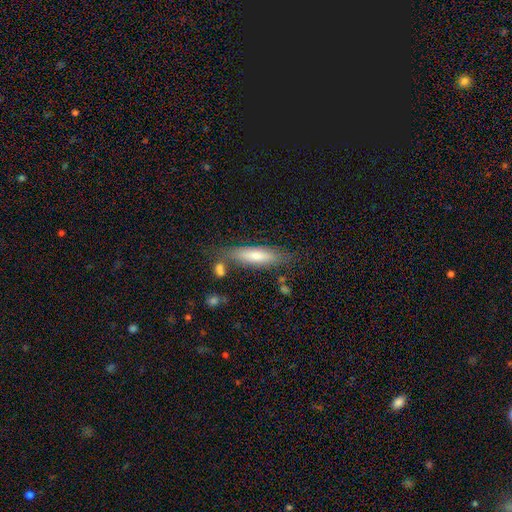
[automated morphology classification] This appears to be a smooth galaxy with no disk features (67%) that is cigar-shaped (64%). Merging: none (72%).